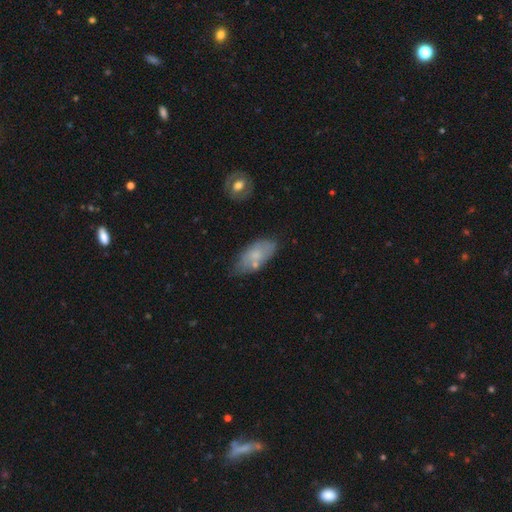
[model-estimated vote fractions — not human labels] Overall: smooth (66%; featured or disk 27%). How rounded: in between (90%). Merging: none (60%; minor disturbance 25%).